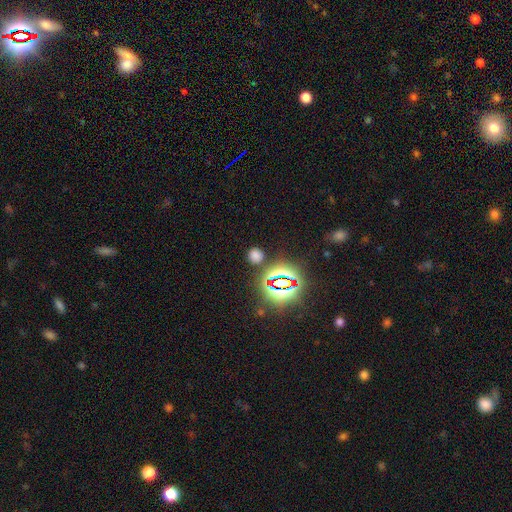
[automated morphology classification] smooth_or_featured: smooth (p=0.62) [alt: star or artifact p=0.33]
how_rounded: round (p=0.83) [alt: in between p=0.15]
merging: none (p=0.84) [alt: minor disturbance p=0.08]